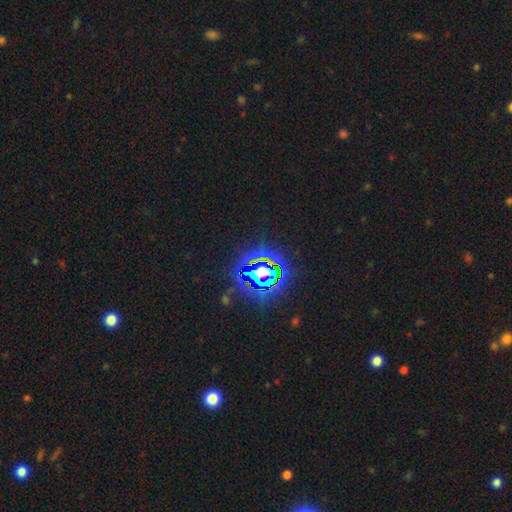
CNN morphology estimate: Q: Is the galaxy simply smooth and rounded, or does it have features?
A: star or artifact — 85%.